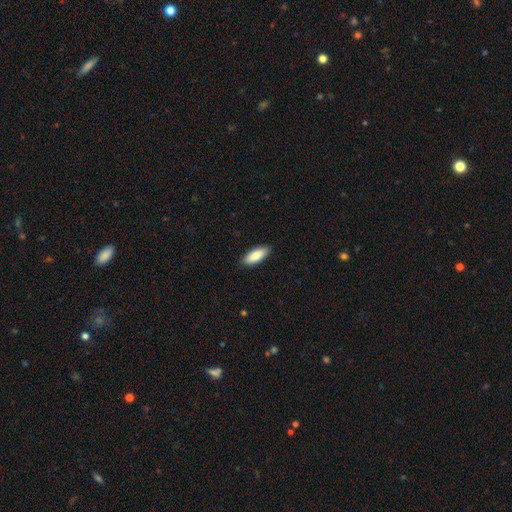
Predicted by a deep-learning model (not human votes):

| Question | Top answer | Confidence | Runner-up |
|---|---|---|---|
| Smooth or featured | smooth | 87% | featured or disk (8%) |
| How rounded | in between | 80% | cigar-shaped (18%) |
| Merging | none | 89% | minor disturbance (8%) |